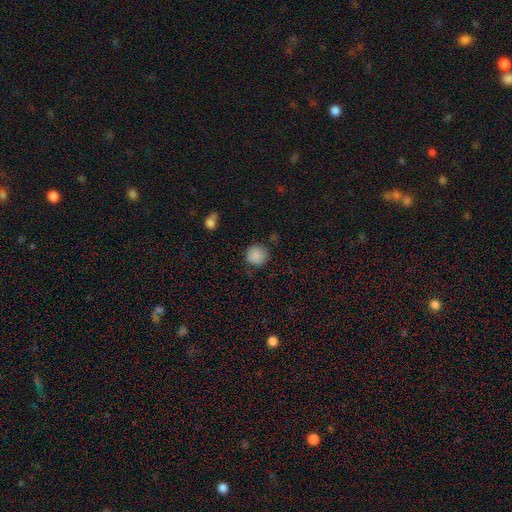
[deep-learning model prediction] Overall: smooth (86%). How rounded: round (90%). Merging: none (76%).